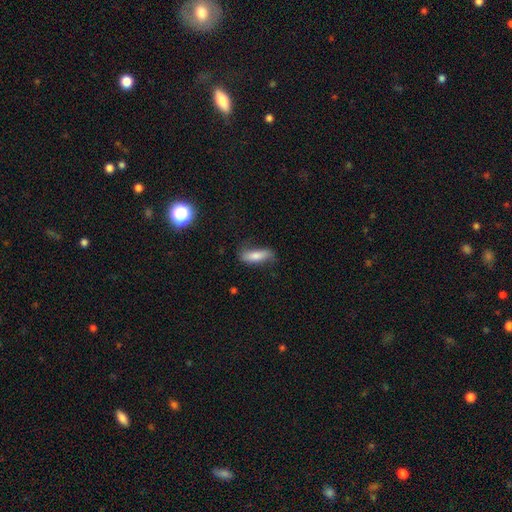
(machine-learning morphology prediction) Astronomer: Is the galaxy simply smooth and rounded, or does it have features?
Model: smooth — 72%.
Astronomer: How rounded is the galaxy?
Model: in between — 52% (runner-up: cigar-shaped, 45%).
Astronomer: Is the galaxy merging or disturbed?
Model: none — 66%.